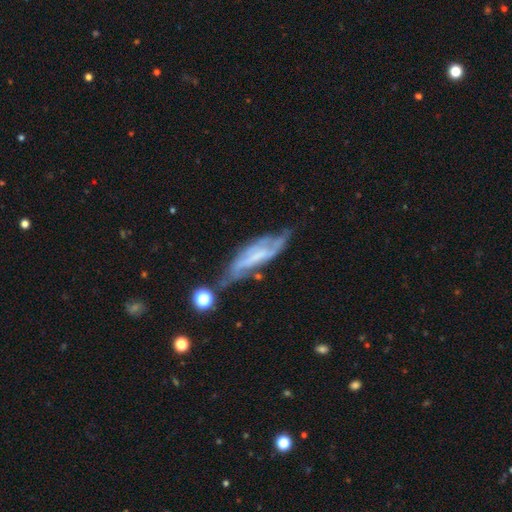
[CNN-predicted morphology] smooth_or_featured: featured or disk (p=0.71) [alt: smooth p=0.20]
disk_edge_on: no (p=0.70) [alt: yes p=0.30]
merging: none (p=0.42) [alt: minor disturbance p=0.29]